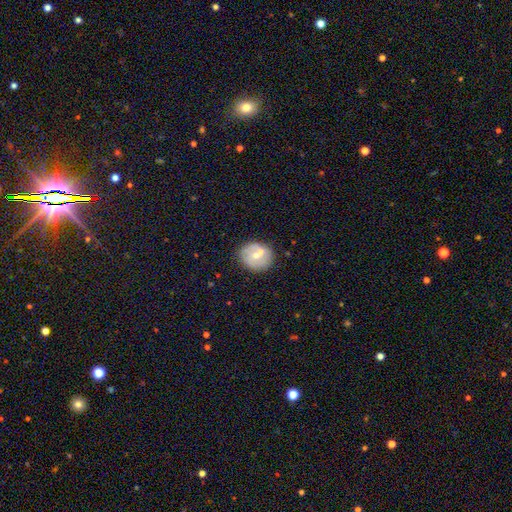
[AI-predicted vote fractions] A smooth galaxy with no disk features (45%). Merging: none (78%).